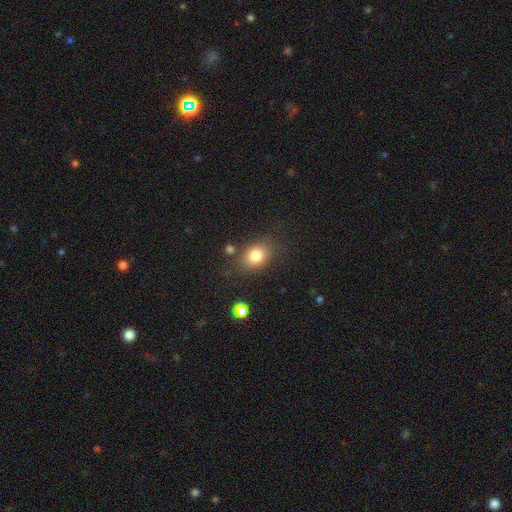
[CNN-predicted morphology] Smooth or featured?
  - smooth: 80% *
  - star or artifact: 11%
  - featured or disk: 9%
How rounded?
  - in between: 61% *
  - round: 38%
  - cigar-shaped: 1%
Merging?
  - none: 76% *
  - minor disturbance: 15%
  - major disturbance: 5%
  - merger: 4%